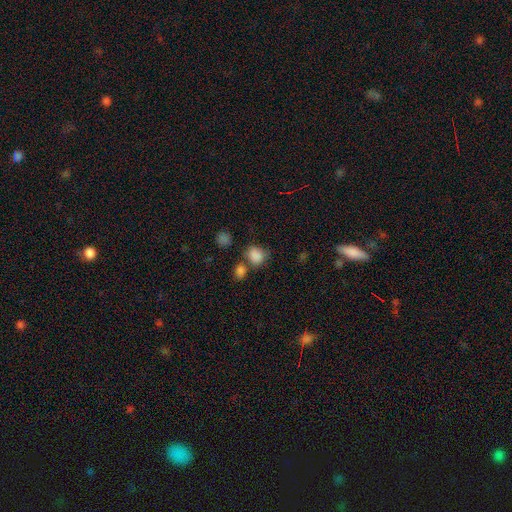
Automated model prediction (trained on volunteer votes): The model was most divided on "how rounded": round: 59%, in between: 40%, cigar-shaped: 1%. More confident: smooth or featured — smooth (83%); merging — none (55%).